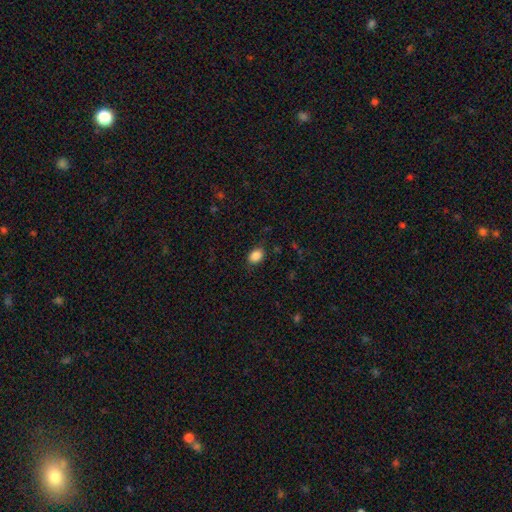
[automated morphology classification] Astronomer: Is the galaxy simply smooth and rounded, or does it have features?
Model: smooth — 88%.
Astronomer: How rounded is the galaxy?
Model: in between — 73%.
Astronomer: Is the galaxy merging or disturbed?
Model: none — 84%.